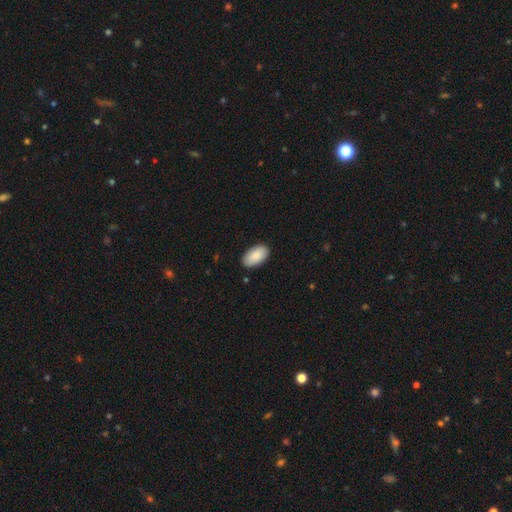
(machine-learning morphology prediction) smooth_or_featured: smooth (p=0.88) [alt: featured or disk p=0.06]
how_rounded: in between (p=0.96) [alt: round p=0.03]
merging: none (p=0.88) [alt: minor disturbance p=0.09]